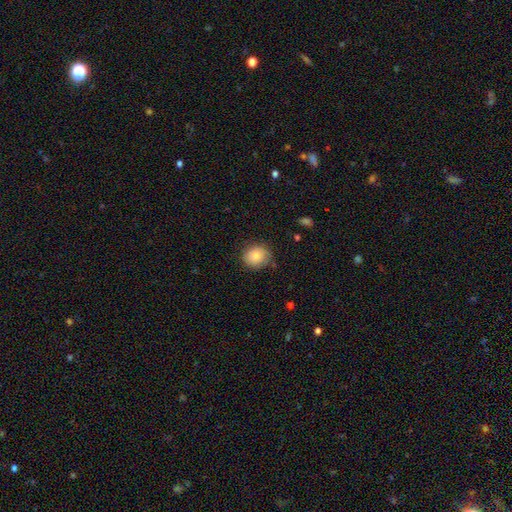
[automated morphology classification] type=smooth (85%); roundness=round (74%); merging=none (80%).